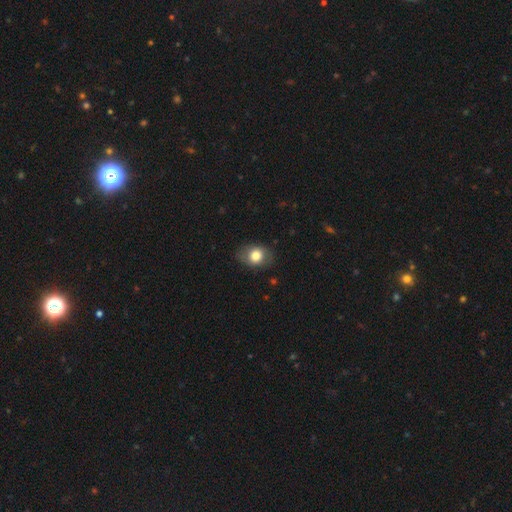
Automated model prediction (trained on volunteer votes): Smooth or featured: smooth — 76% (featured or disk — 16%)
How rounded: in between — 62% (round — 37%)
Merging: none — 79% (minor disturbance — 15%)